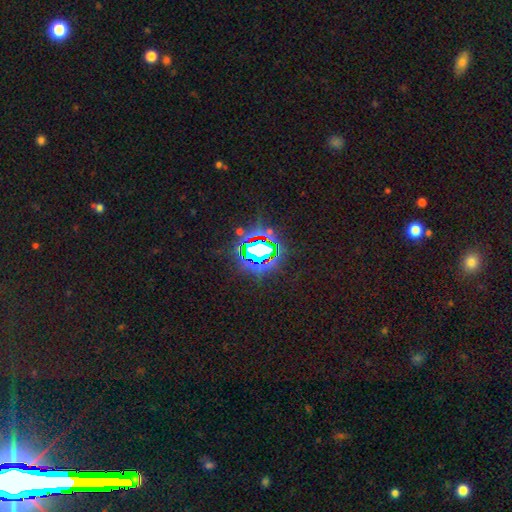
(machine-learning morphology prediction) smooth_or_featured: star or artifact (p=0.76) [alt: smooth p=0.14]